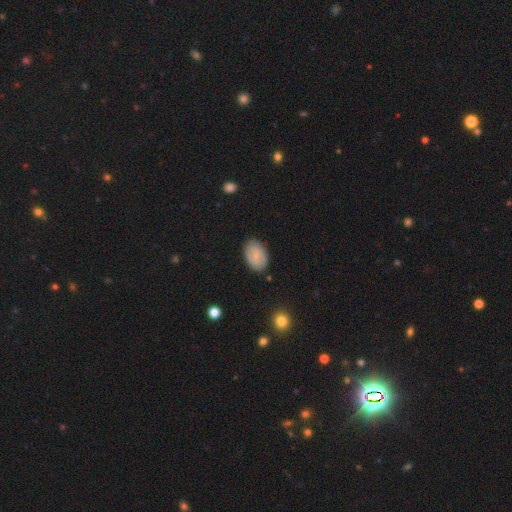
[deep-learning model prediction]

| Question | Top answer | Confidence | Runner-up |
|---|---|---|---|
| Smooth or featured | smooth | 60% | featured or disk (32%) |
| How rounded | in between | 89% | round (10%) |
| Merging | none | 83% | minor disturbance (13%) |